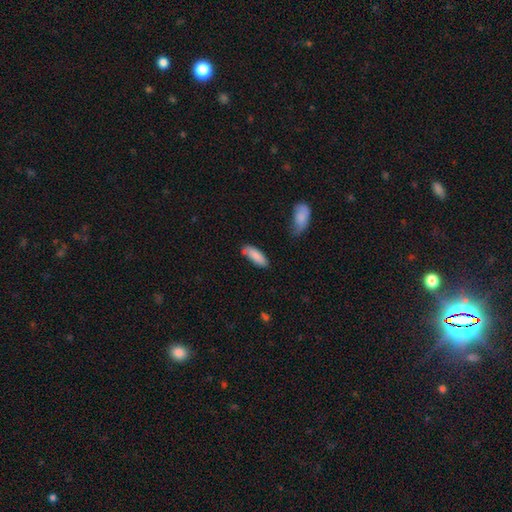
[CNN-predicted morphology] A smooth galaxy with no disk features (87%) that is in between round and cigar-shaped (65%).

Vote fractions:
- Smooth or featured? smooth: 87% / featured or disk: 7% / star or artifact: 6%
- How rounded? in between: 65% / cigar-shaped: 33% / round: 1%
- Merging? none: 66% / minor disturbance: 25% / major disturbance: 5% / merger: 4%